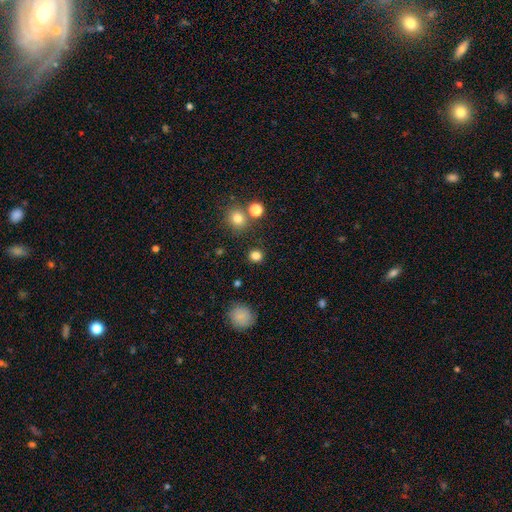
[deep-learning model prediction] smooth 81%, star or artifact 14%, featured or disk 4%. Down the decision tree: how rounded — round (88%); merging — none (86%).